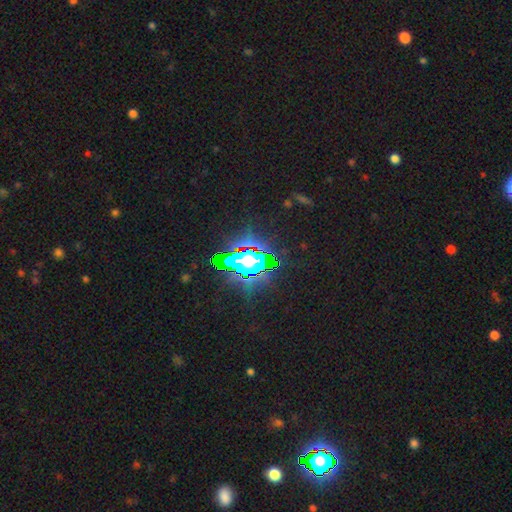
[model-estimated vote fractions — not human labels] smooth-or-featured: star or artifact: 84% | smooth: 9% | featured or disk: 8%